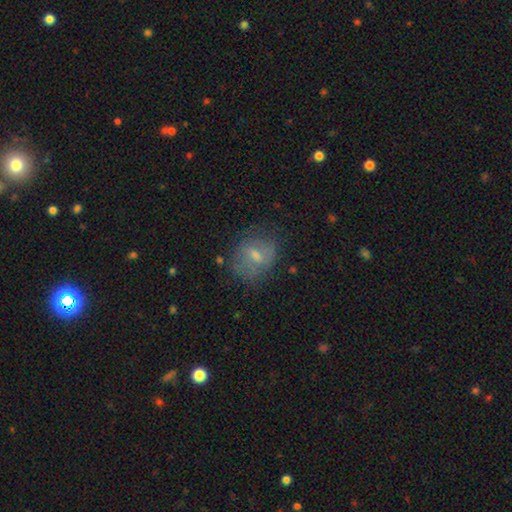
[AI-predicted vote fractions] smooth-or-featured: smooth: 54% | featured or disk: 36% | star or artifact: 10%
  how-rounded: round: 53% | in between: 45% | cigar-shaped: 2%
  merging: none: 63% | minor disturbance: 22% | major disturbance: 12% | merger: 2%